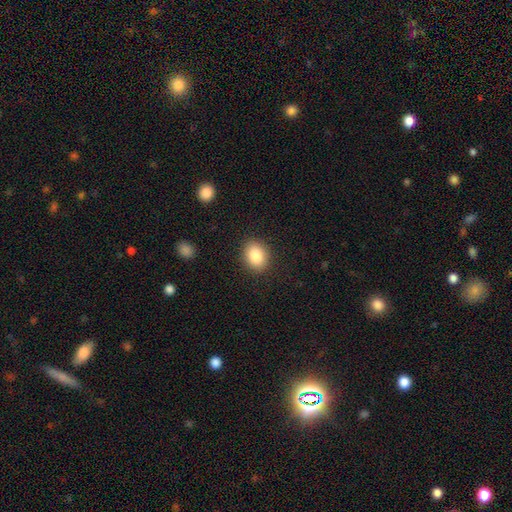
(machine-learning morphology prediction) Smooth or featured: smooth — 86% (star or artifact — 8%)
How rounded: in between — 53% (round — 46%)
Merging: none — 89% (minor disturbance — 8%)